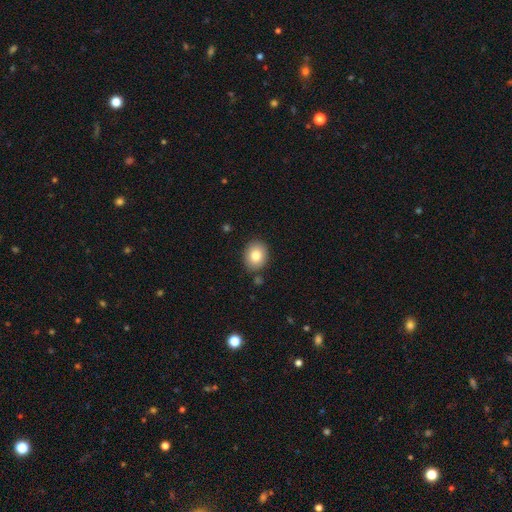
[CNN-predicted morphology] Smooth or featured? Predicted: smooth (p=0.82). How rounded? Predicted: round (p=0.55). Merging? Predicted: none (p=0.85).